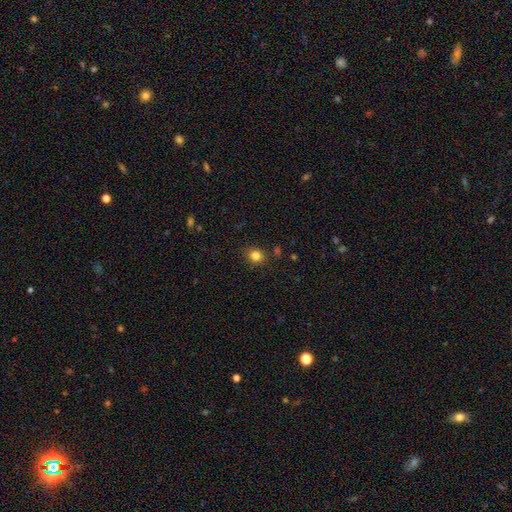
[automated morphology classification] Q: Smooth or featured?
A: smooth (82%); runner-up: star or artifact (13%)
Q: How rounded?
A: round (77%); runner-up: in between (22%)
Q: Merging?
A: none (85%); runner-up: minor disturbance (10%)